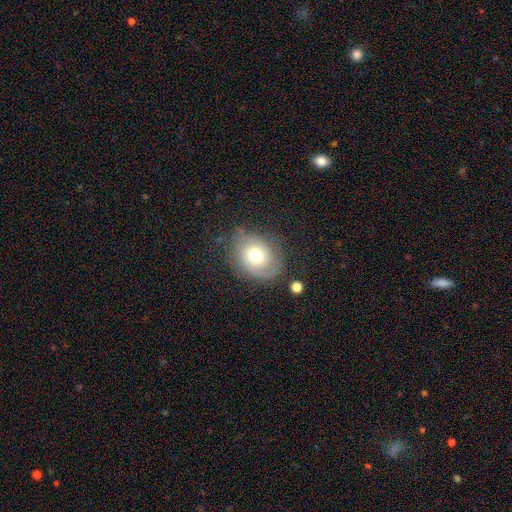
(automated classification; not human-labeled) The model was most divided on "how rounded": in between: 53%, round: 46%, cigar-shaped: 1%. More confident: merging — none (66%); smooth or featured — smooth (54%).